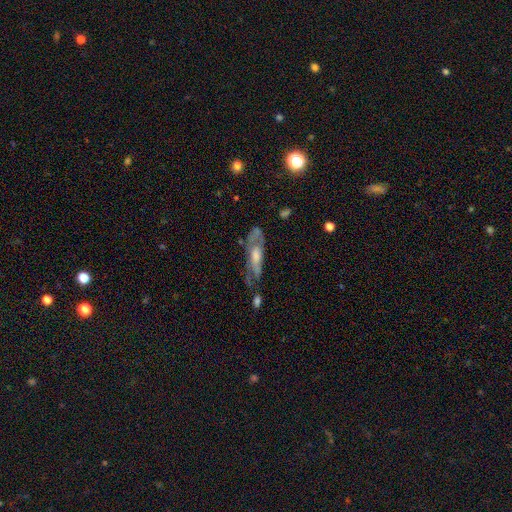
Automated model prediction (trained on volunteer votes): The model was most divided on "merging": none: 52%, minor disturbance: 25%, major disturbance: 18%, merger: 6%. More confident: edge-on disk — no (67%); smooth or featured — featured or disk (67%).